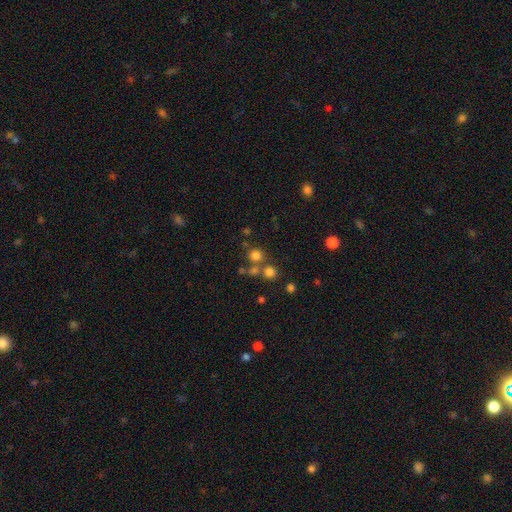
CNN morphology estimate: Smooth or featured? Predicted: smooth (p=0.72). How rounded? Predicted: round (p=0.89). Merging? Predicted: none (p=0.64).